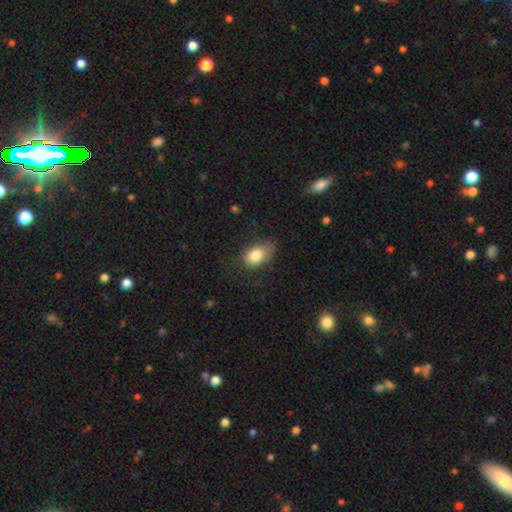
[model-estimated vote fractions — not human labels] The model was most divided on "merging": none: 63%, minor disturbance: 26%, major disturbance: 10%, merger: 1%. More confident: how rounded — in between (88%); smooth or featured — smooth (80%).